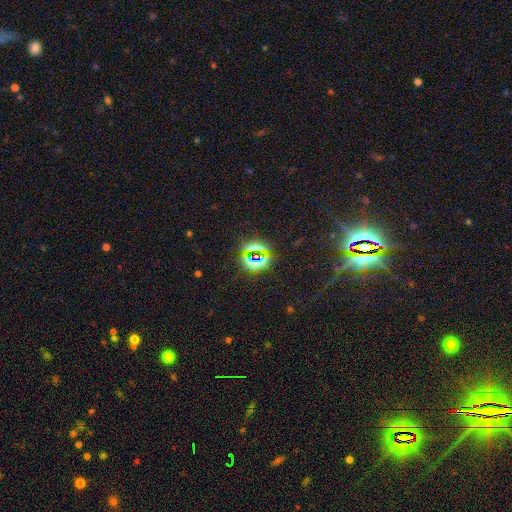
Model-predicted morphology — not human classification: Smooth or featured: star or artifact — 72% (smooth — 19%)